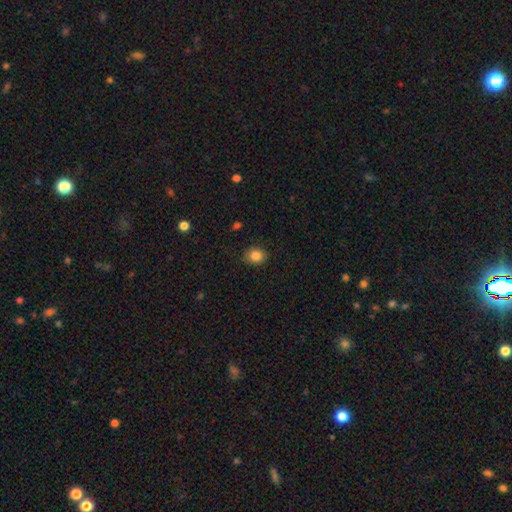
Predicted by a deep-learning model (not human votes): Overall: smooth (85%). How rounded: round (64%; in between 35%). Merging: none (85%).